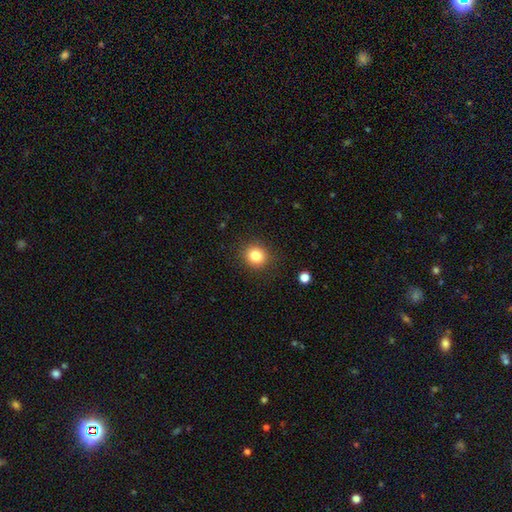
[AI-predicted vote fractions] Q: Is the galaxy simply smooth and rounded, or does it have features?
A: smooth — 83%.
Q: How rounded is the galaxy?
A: round — 87%.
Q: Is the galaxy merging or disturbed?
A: none — 89%.